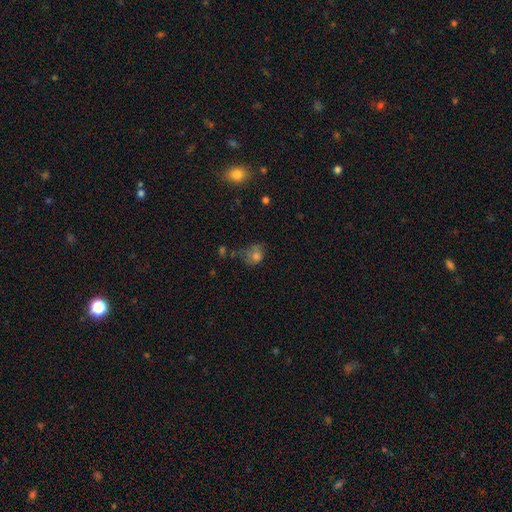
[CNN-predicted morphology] Smooth or featured? smooth (70%)
How rounded? round (51%)
Merging? none (33%)